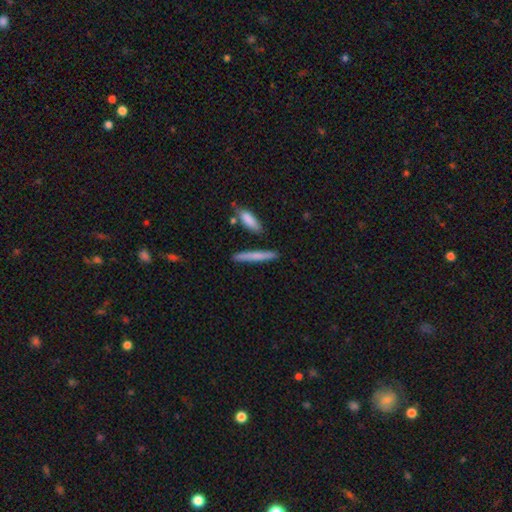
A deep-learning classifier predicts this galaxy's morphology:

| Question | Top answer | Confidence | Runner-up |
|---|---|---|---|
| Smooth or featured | smooth | 69% | featured or disk (25%) |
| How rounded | cigar-shaped | 93% | in between (5%) |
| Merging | none | 84% | minor disturbance (9%) |